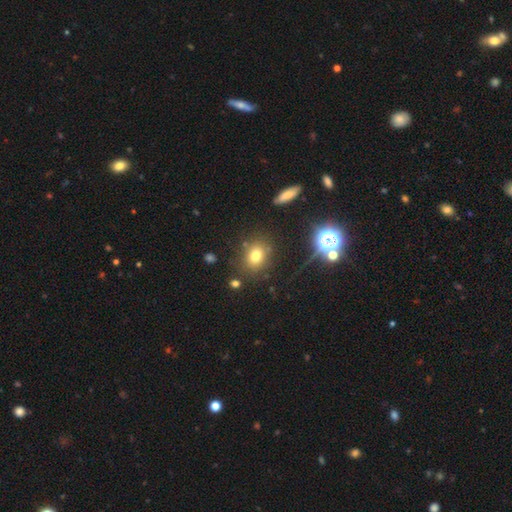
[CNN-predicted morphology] A smooth galaxy with no disk features (72%) that is round (54%). Merging: none (81%).